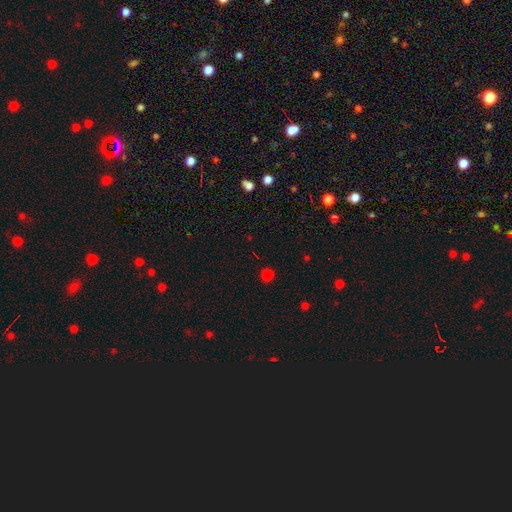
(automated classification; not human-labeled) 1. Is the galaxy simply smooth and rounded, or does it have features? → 69% smooth, 27% star or artifact, 4% featured or disk.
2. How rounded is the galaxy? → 88% round, 10% in between, 1% cigar-shaped.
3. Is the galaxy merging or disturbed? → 88% none, 7% minor disturbance, 3% major disturbance, 2% merger.